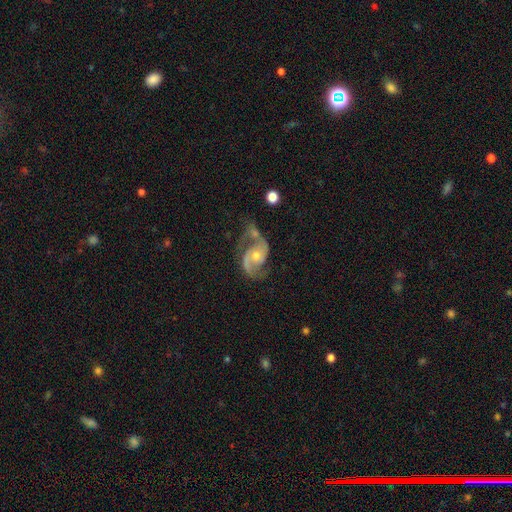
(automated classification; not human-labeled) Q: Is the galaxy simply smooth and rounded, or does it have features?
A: featured or disk — 90%.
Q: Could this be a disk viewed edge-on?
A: no — 98%.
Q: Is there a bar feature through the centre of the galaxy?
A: no — 63%.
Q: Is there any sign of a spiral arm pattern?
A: yes — 97%.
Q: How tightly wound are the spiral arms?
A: medium — 54%.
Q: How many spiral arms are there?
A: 2 — 91%.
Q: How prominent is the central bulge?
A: moderate — 53%.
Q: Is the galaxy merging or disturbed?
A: none — 49%.